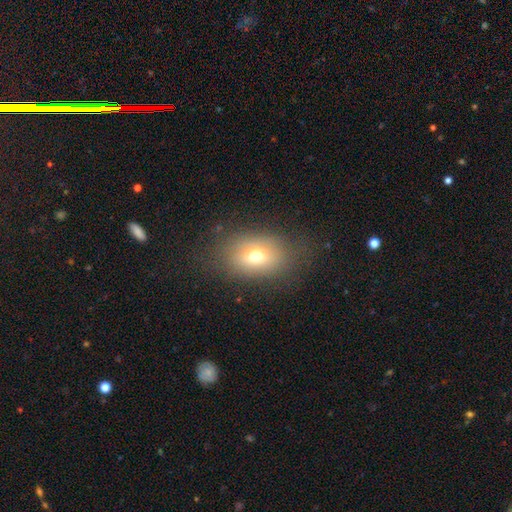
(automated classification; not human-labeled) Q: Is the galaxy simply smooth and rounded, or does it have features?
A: smooth — 67%.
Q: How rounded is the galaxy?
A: in between — 73%.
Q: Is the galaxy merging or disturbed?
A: none — 74%.